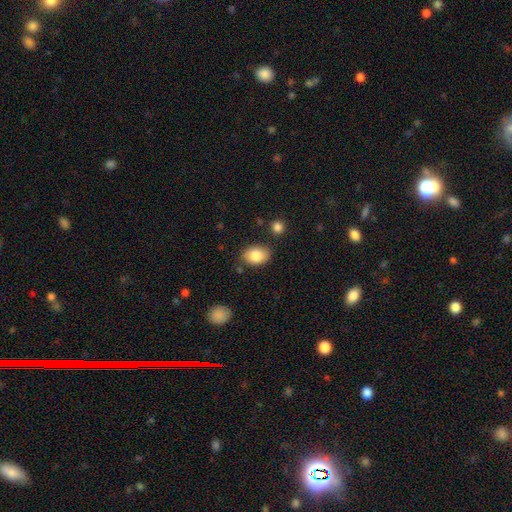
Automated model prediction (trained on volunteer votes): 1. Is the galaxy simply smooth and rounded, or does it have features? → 84% smooth, 9% featured or disk, 8% star or artifact.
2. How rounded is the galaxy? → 79% in between, 20% round, 1% cigar-shaped.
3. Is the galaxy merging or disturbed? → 79% none, 14% minor disturbance, 4% merger, 3% major disturbance.